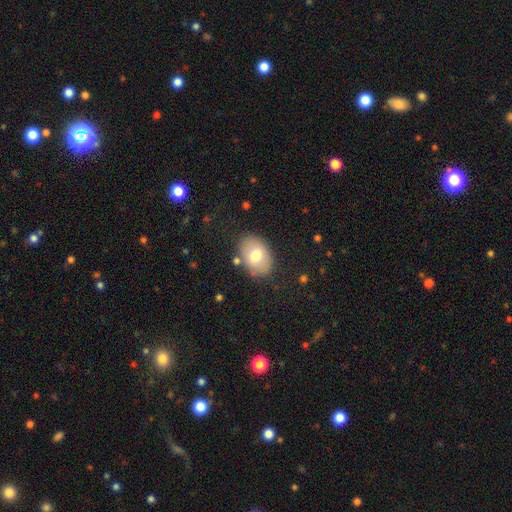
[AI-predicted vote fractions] smooth 69%, featured or disk 23%, star or artifact 8%. Down the decision tree: how rounded — in between (79%); merging — none (80%).